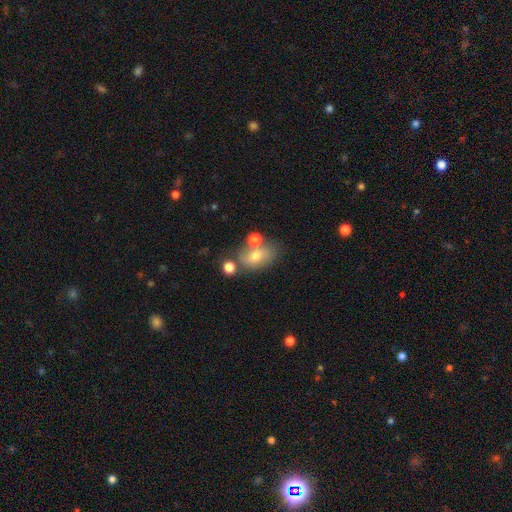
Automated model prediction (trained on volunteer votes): Smooth or featured?
  - smooth: 65% *
  - featured or disk: 24%
  - star or artifact: 11%
How rounded?
  - in between: 80% *
  - round: 18%
  - cigar-shaped: 2%
Merging?
  - none: 54% *
  - merger: 21%
  - minor disturbance: 18%
  - major disturbance: 7%